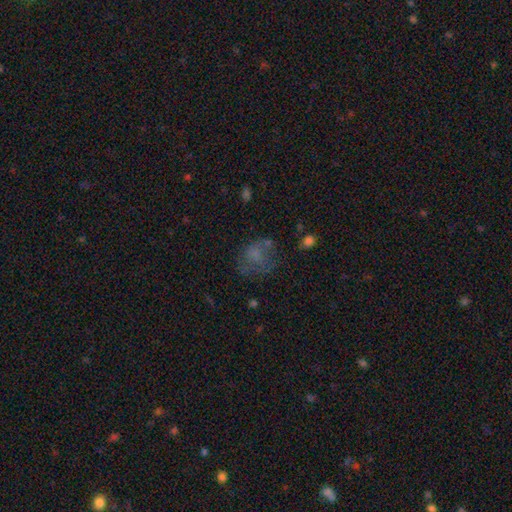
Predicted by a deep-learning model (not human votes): The model was most divided on "how rounded": round: 59%, in between: 40%, cigar-shaped: 1%. Remaining: smooth or featured — smooth (58%); merging — none (46%).